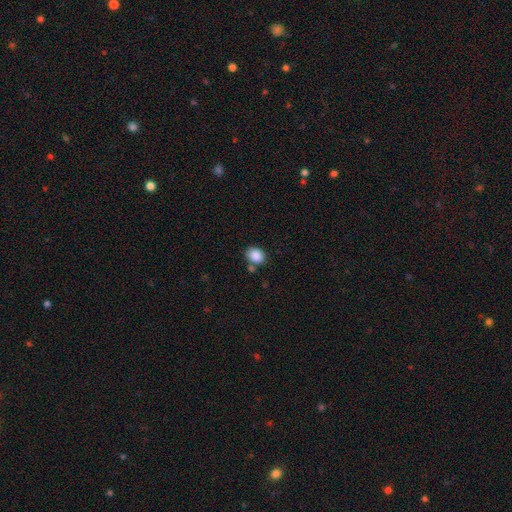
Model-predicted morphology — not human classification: A smooth galaxy with no disk features (88%) that is in between round and cigar-shaped (59%). Merging: none (72%).